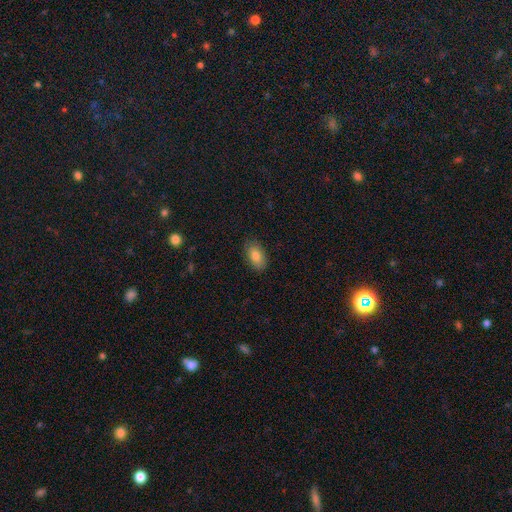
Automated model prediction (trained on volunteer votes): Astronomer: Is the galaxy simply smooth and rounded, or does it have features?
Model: smooth — 81%.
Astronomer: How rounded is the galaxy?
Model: in between — 92%.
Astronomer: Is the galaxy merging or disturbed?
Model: none — 85%.